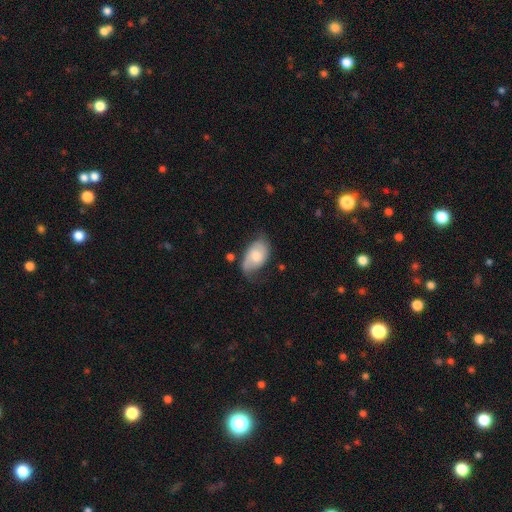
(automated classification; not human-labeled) smooth 47%, featured or disk 46%, star or artifact 7%. Down the decision tree: merging — none (49%).